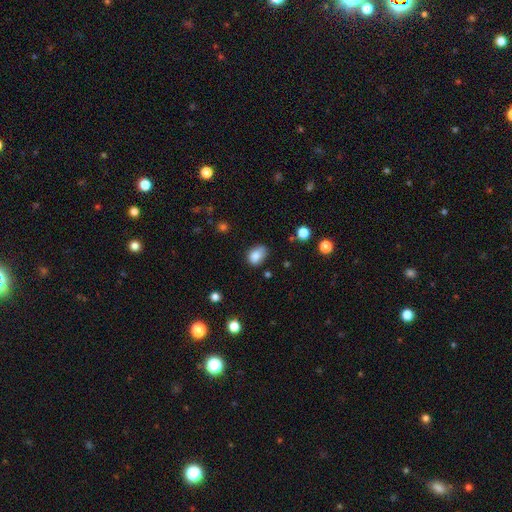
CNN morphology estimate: This is clearly a smooth galaxy (82%). How rounded: likely in between (70%). Merging: possibly none (53%).